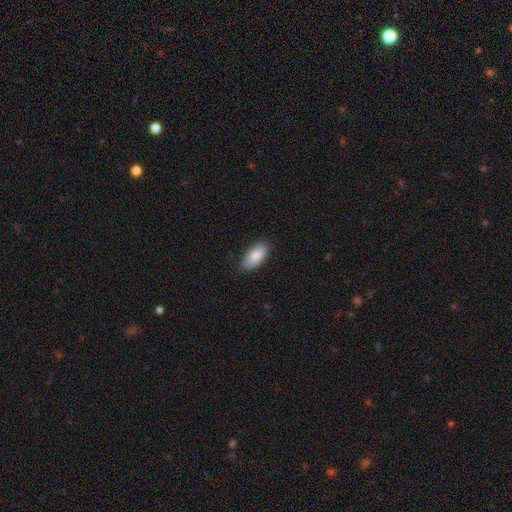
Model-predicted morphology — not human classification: Smooth or featured: smooth — 86% (featured or disk — 7%)
How rounded: in between — 91% (cigar-shaped — 7%)
Merging: none — 81% (minor disturbance — 15%)